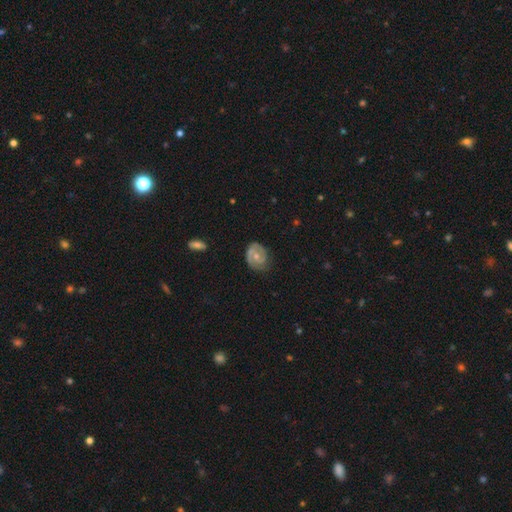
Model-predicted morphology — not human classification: Smooth or featured?
  - featured or disk: 74% *
  - smooth: 20%
  - star or artifact: 6%
Edge-on disk?
  - no: 97% *
  - yes: 3%
Bar?
  - no: 58% *
  - weak: 34%
  - strong: 8%
Spiral arms?
  - yes: 88% *
  - no: 12%
Spiral winding?
  - tight: 54% *
  - medium: 35%
  - loose: 11%
Spiral arm count?
  - 2: 64% *
  - 1: 15%
  - can't tell: 14%
  - 3: 4%
  - 4: 1%
  - more than 4: 1%
Bulge size?
  - moderate: 49% *
  - small: 46%
  - none: 2%
  - large: 2%
  - dominant: 1%
Merging?
  - none: 69% *
  - minor disturbance: 22%
  - major disturbance: 8%
  - merger: 2%